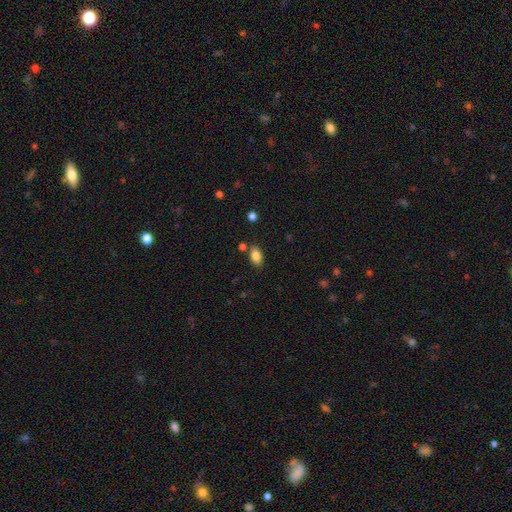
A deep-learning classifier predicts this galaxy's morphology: This is clearly a smooth galaxy (85%). How rounded: clearly in between (91%). Merging: likely none (79%).